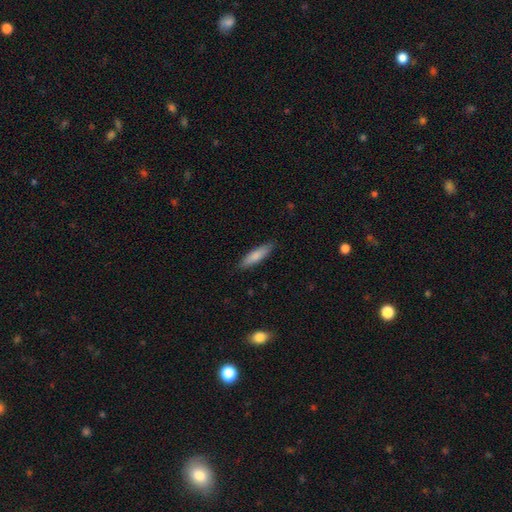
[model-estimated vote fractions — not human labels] Morphology: type=smooth (82%); roundness=cigar-shaped (74%); merging=none (88%).